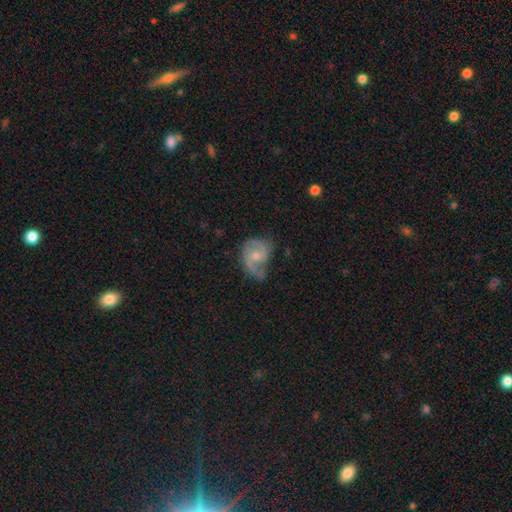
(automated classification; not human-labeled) This appears to be a featured or disk galaxy (73%) with no bar (63%), 2 (70%) medium (46%) spiral arms (89%) and a moderate central bulge (54%). Merging: none (43%).